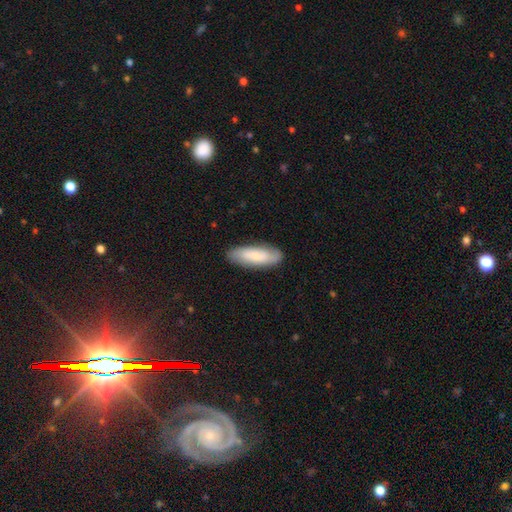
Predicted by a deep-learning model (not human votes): Smooth or featured: smooth — 67% (featured or disk — 27%)
How rounded: in between — 59% (cigar-shaped — 40%)
Merging: none — 84% (minor disturbance — 12%)